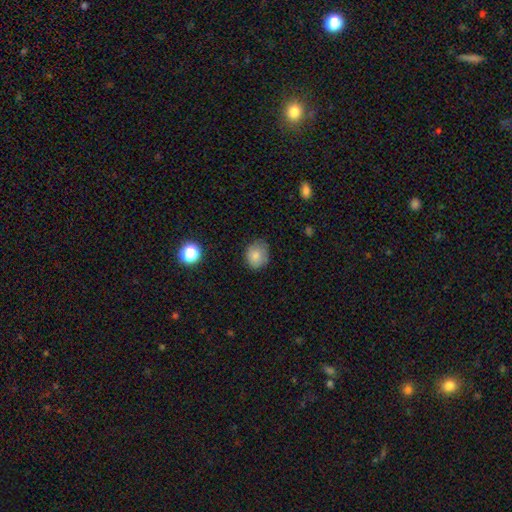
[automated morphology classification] Smooth or featured? Predicted: smooth (p=0.81). How rounded? Predicted: round (p=0.63). Merging? Predicted: none (p=0.75).